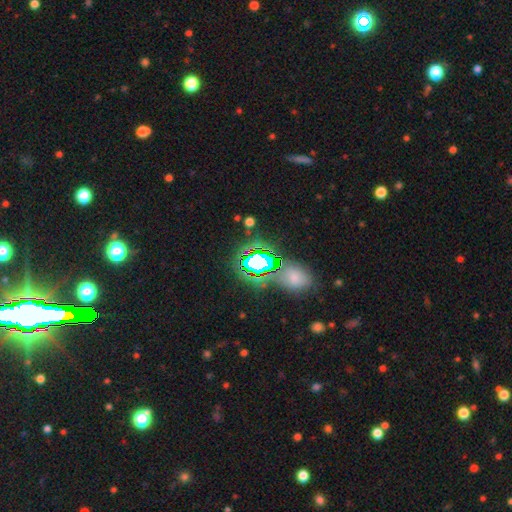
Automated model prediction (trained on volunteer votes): Overall: star or artifact (75%).